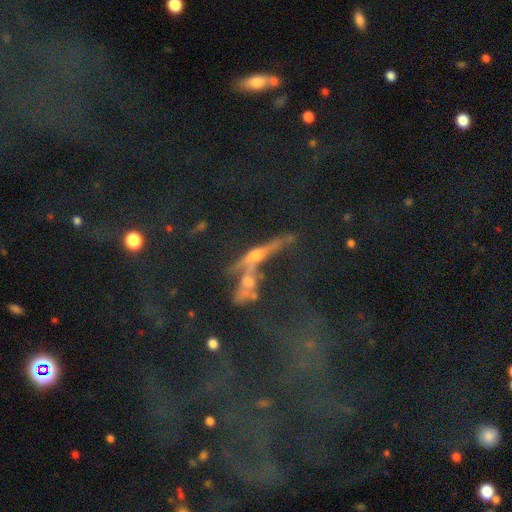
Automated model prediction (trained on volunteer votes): featured or disk 52%, star or artifact 25%, smooth 23%. Down the decision tree: edge-on disk — yes (73%); merging — none (50%).